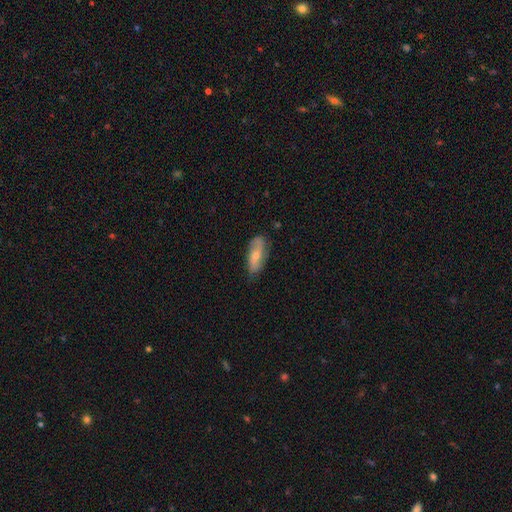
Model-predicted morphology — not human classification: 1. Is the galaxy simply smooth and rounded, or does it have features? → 57% smooth, 36% featured or disk, 6% star or artifact.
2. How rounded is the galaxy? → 73% in between, 24% cigar-shaped, 3% round.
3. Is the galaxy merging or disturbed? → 72% none, 22% minor disturbance, 5% major disturbance, 2% merger.